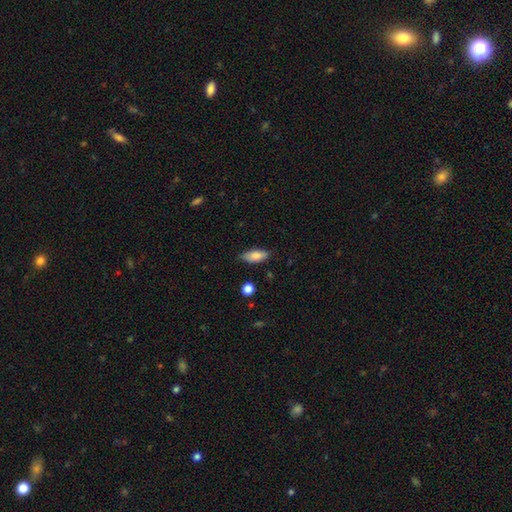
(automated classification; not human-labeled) A smooth galaxy with no disk features (83%) that is in between round and cigar-shaped (83%). Merging: none (79%).